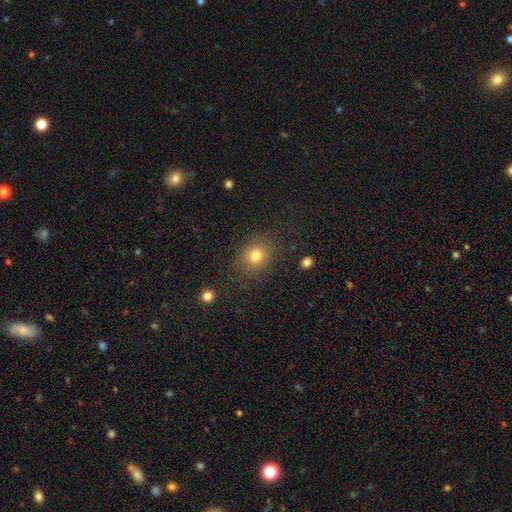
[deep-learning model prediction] Smooth or featured?
  - smooth: 80% *
  - star or artifact: 12%
  - featured or disk: 8%
How rounded?
  - round: 68% *
  - in between: 31%
  - cigar-shaped: 1%
Merging?
  - none: 84% *
  - minor disturbance: 10%
  - major disturbance: 4%
  - merger: 2%